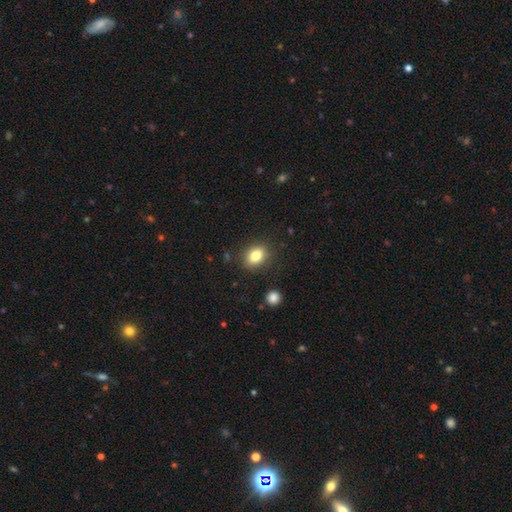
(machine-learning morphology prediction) The model was most divided on "how rounded": in between: 66%, round: 33%, cigar-shaped: 1%. More confident: merging — none (85%); smooth or featured — smooth (82%).